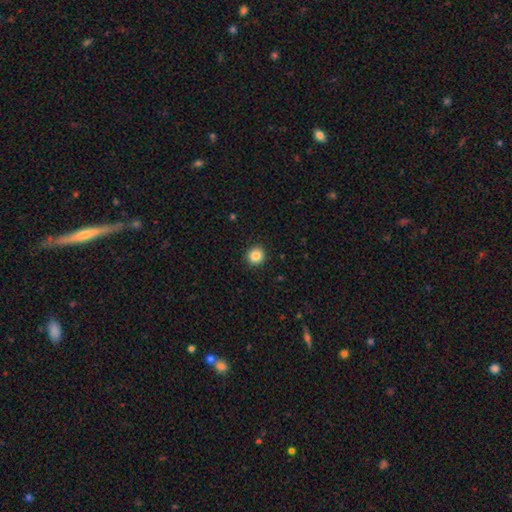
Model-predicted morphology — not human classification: The model was most divided on "smooth or featured": smooth: 85%, star or artifact: 10%, featured or disk: 5%. More confident: how rounded — round (93%); merging — none (93%).